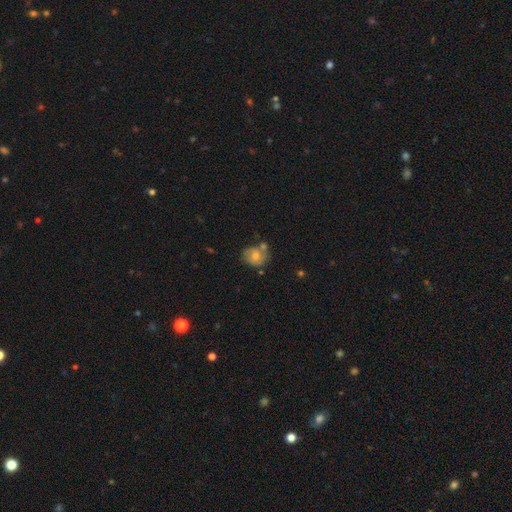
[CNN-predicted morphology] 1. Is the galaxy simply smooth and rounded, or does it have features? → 59% smooth, 32% featured or disk, 9% star or artifact.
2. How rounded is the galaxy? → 67% round, 32% in between, 1% cigar-shaped.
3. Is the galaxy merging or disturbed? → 51% none, 21% minor disturbance, 21% merger, 7% major disturbance.